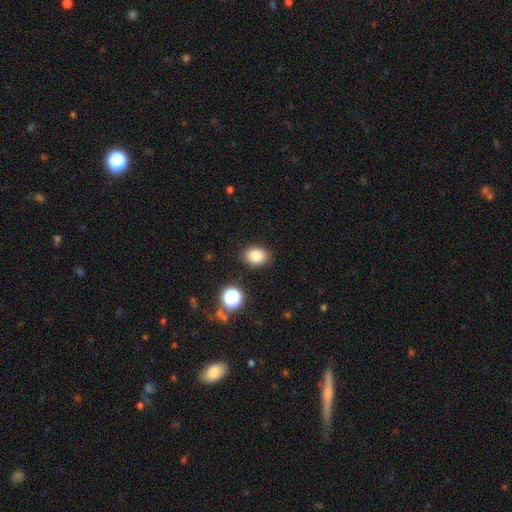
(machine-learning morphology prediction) Smooth or featured: smooth — 82% (star or artifact — 11%)
How rounded: in between — 70% (round — 29%)
Merging: none — 86% (minor disturbance — 10%)